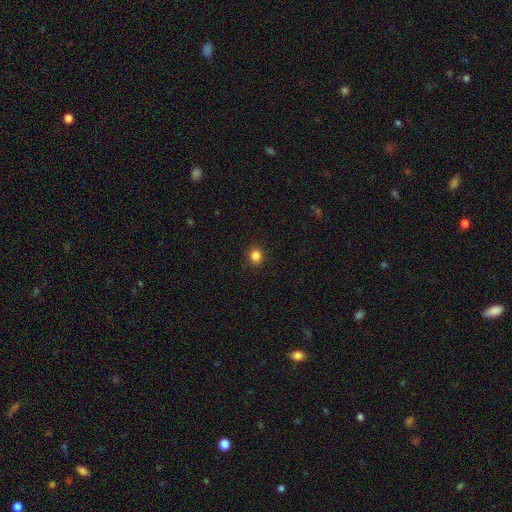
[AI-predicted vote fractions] Smooth or featured?
  - smooth: 85% *
  - star or artifact: 12%
  - featured or disk: 3%
How rounded?
  - round: 82% *
  - in between: 17%
  - cigar-shaped: 1%
Merging?
  - none: 90% *
  - minor disturbance: 7%
  - major disturbance: 2%
  - merger: 1%